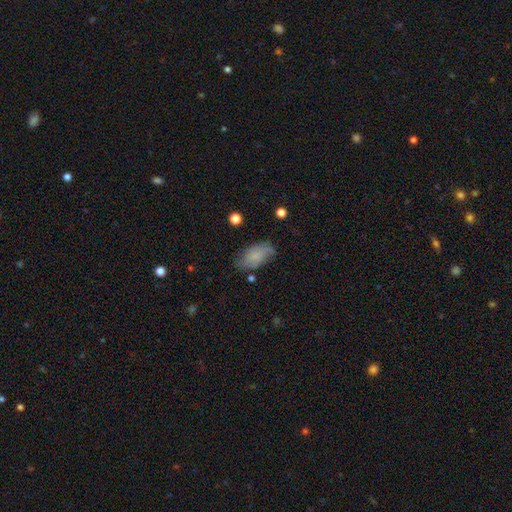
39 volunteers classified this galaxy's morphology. smooth_or_featured: smooth (p=0.67) [alt: featured or disk p=0.23]
how_rounded: in between (p=0.96) [alt: cigar-shaped p=0.04]
merging: none (p=0.74) [alt: major disturbance p=0.14]